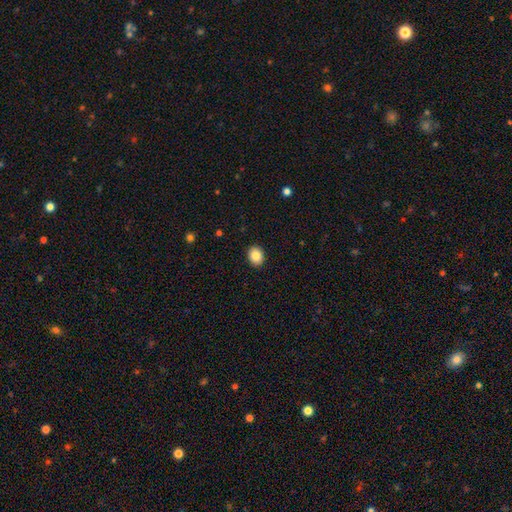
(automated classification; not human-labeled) Smooth or featured: smooth — 85% (star or artifact — 9%)
How rounded: round — 55% (in between — 44%)
Merging: none — 91% (minor disturbance — 6%)